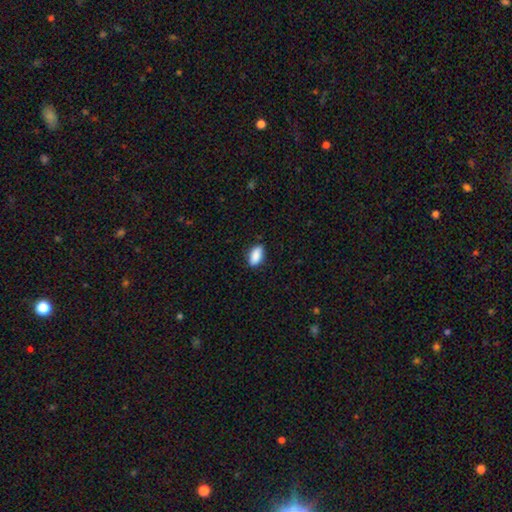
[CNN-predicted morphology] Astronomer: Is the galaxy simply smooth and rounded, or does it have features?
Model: smooth — 89%.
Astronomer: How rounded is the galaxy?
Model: in between — 91%.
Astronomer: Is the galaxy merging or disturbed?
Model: none — 86%.